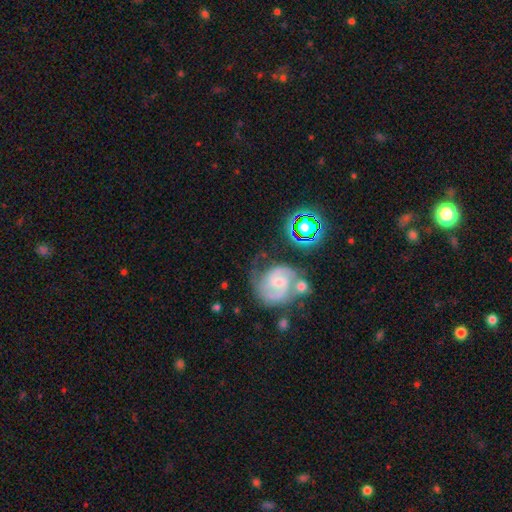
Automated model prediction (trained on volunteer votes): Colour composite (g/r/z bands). It shows a featured or disk galaxy (69%) with no bar (56%), 2 (55%) tight (50%) spiral arms (92%) and a small central bulge (57%). Merging: none (57%).